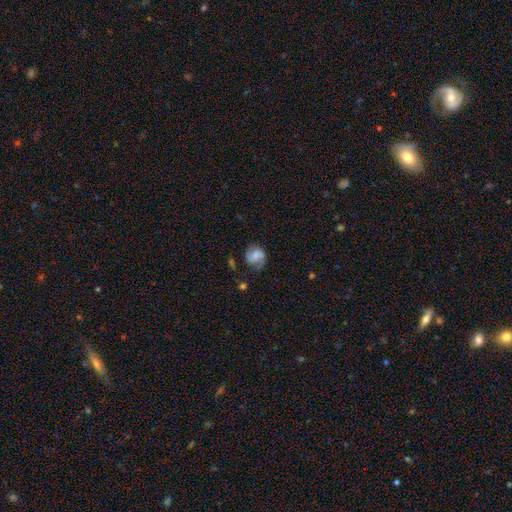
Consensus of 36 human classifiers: Smooth or featured?
  - smooth: 53% *
  - featured or disk: 42%
  - star or artifact: 6%
How rounded?
  - round: 58% *
  - in between: 42%
  - cigar-shaped: 0%
Merging?
  - none: 44% *
  - minor disturbance: 32%
  - major disturbance: 18%
  - merger: 6%